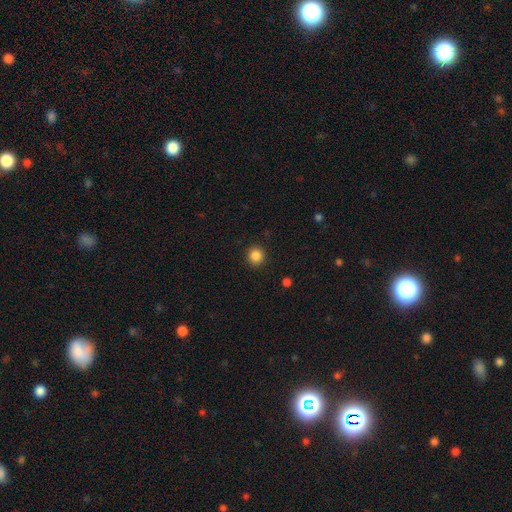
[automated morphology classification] The model was most divided on "smooth or featured": smooth: 86%, star or artifact: 11%, featured or disk: 3%. More confident: how rounded — round (93%); merging — none (92%).